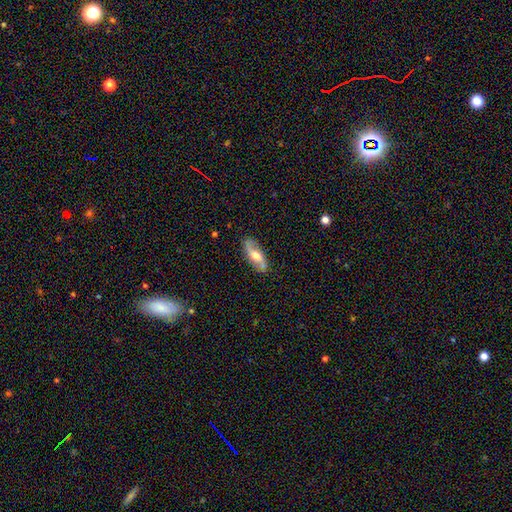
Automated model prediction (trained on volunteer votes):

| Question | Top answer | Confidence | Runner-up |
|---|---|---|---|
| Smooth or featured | featured or disk | 69% | smooth (25%) |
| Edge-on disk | no | 86% | yes (14%) |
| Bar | no | 47% | weak (37%) |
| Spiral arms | yes | 88% | no (12%) |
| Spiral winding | loose | 61% | medium (29%) |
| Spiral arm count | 2 | 90% | can't tell (5%) |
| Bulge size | moderate | 69% | small (15%) |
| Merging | none | 82% | minor disturbance (13%) |